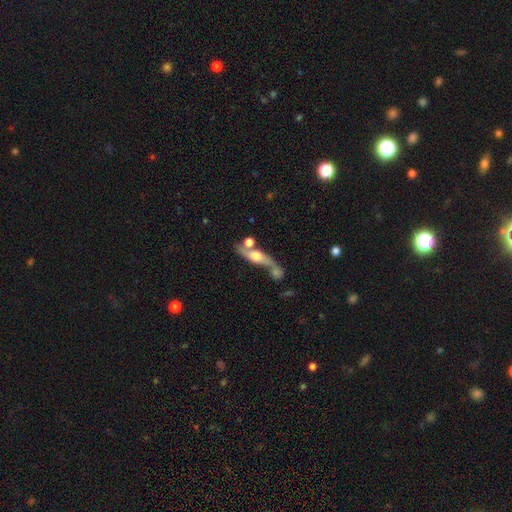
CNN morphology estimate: Q: Smooth or featured?
A: featured or disk (62%); runner-up: smooth (31%)
Q: Edge-on disk?
A: yes (59%); runner-up: no (41%)
Q: Merging?
A: none (43%); runner-up: merger (34%)